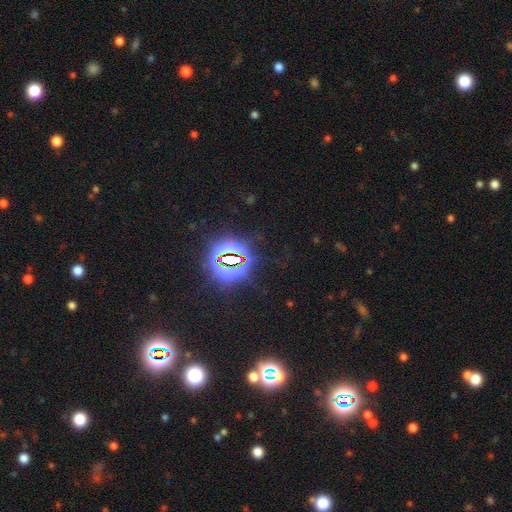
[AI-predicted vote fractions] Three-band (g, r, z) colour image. It shows a star or artifact, not a galaxy (80%).